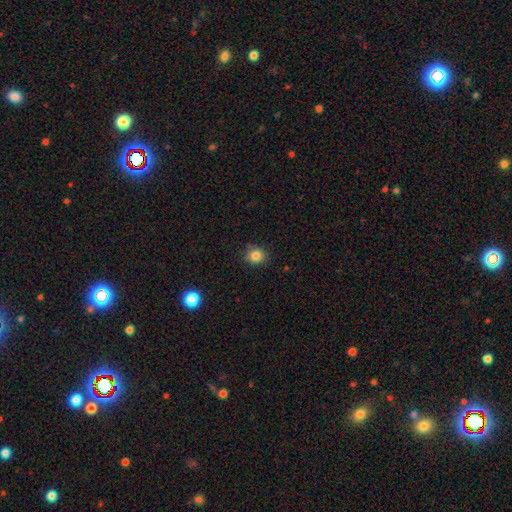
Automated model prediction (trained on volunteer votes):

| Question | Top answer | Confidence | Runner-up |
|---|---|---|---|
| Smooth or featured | smooth | 83% | star or artifact (11%) |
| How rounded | round | 81% | in between (18%) |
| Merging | none | 84% | minor disturbance (12%) |